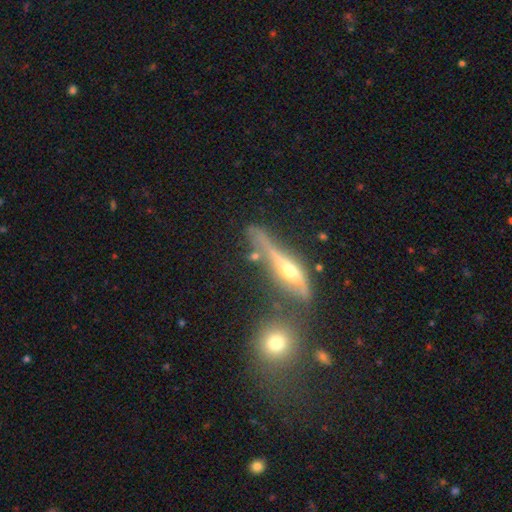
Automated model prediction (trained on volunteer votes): The model was most divided on "smooth or featured": featured or disk: 61%, smooth: 27%, star or artifact: 12%. More confident: edge-on disk — yes (80%); merging — none (53%).